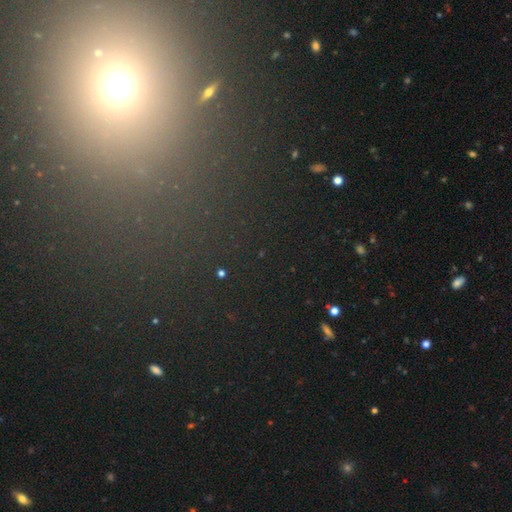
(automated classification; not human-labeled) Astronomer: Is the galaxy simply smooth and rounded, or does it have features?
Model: star or artifact — 63%.